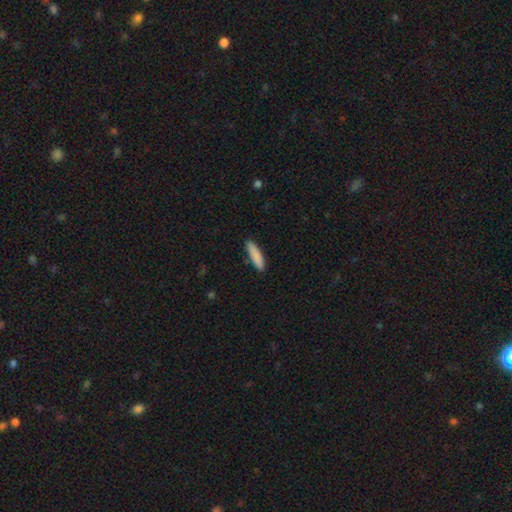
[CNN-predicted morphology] type=smooth (87%); roundness=cigar-shaped (77%); merging=none (87%).